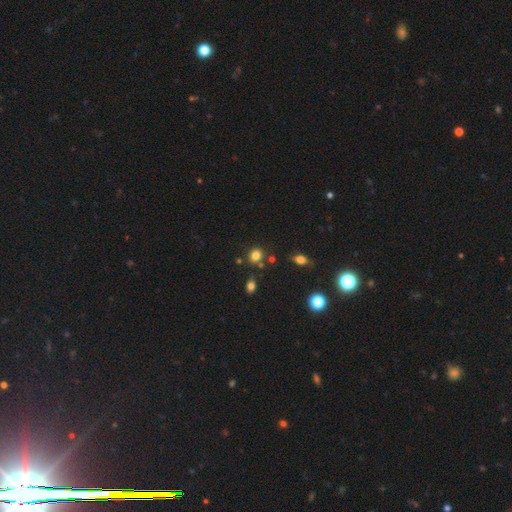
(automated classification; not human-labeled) Smooth or featured?
  - smooth: 81% *
  - star or artifact: 14%
  - featured or disk: 6%
How rounded?
  - round: 74% *
  - in between: 25%
  - cigar-shaped: 1%
Merging?
  - none: 75% *
  - minor disturbance: 12%
  - merger: 9%
  - major disturbance: 4%